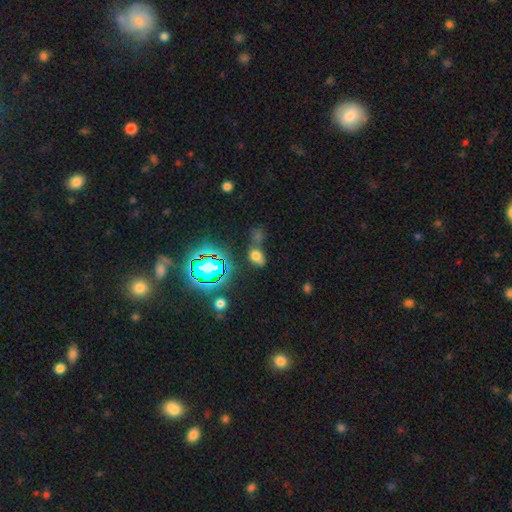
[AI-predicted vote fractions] Smooth or featured? smooth (56%)
How rounded? in between (68%)
Merging? none (37%)